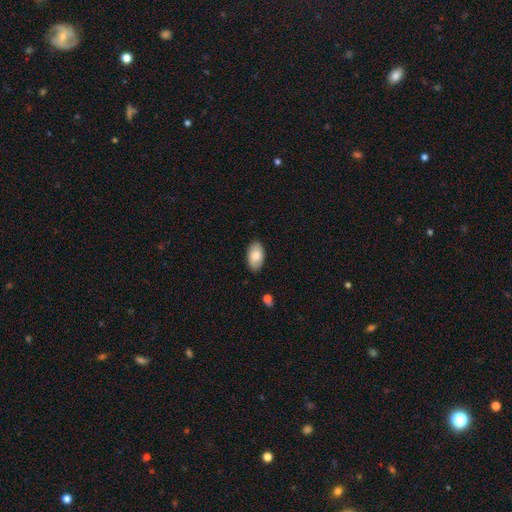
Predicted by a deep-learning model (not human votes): Morphology: type=smooth (82%); roundness=in between (95%); merging=none (86%).